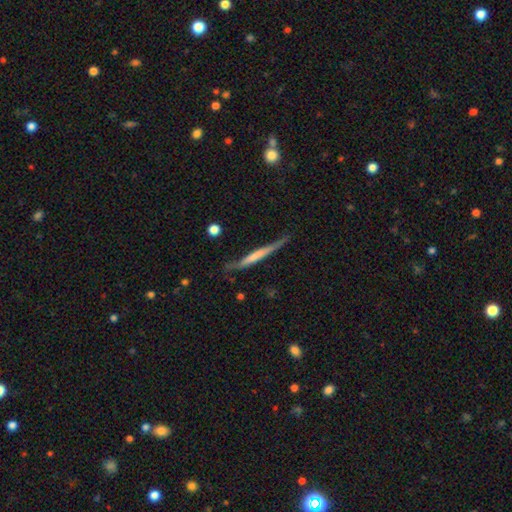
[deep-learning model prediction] Smooth or featured?
  - featured or disk: 52% *
  - smooth: 43%
  - star or artifact: 5%
Edge-on disk?
  - yes: 91% *
  - no: 9%
Merging?
  - none: 64% *
  - minor disturbance: 25%
  - major disturbance: 7%
  - merger: 3%